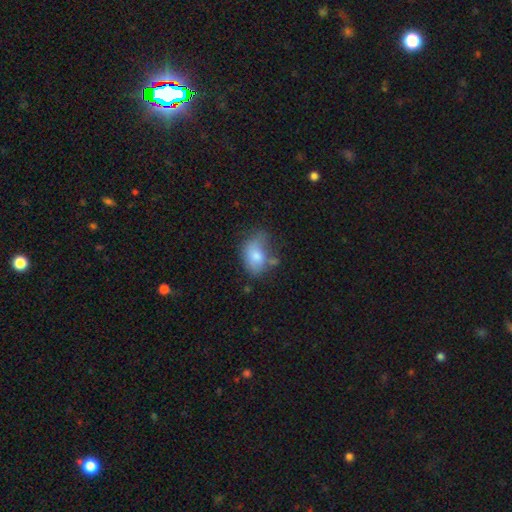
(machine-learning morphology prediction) Smooth or featured? smooth (76%)
How rounded? in between (82%)
Merging? none (39%)